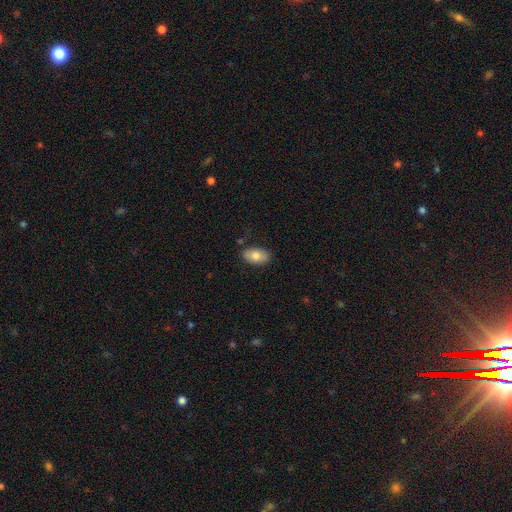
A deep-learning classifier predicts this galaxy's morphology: smooth_or_featured: smooth (p=0.78) [alt: featured or disk p=0.15]
how_rounded: in between (p=0.93) [alt: round p=0.05]
merging: none (p=0.84) [alt: minor disturbance p=0.12]